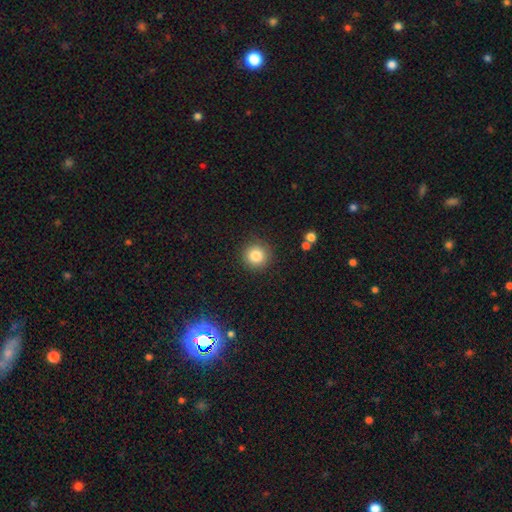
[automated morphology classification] type=smooth (83%); roundness=round (95%); merging=none (90%).